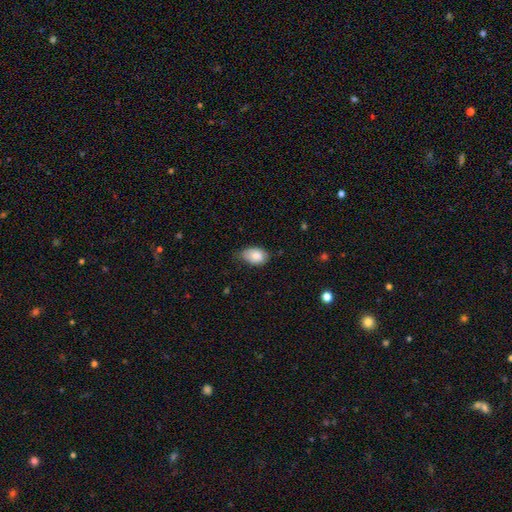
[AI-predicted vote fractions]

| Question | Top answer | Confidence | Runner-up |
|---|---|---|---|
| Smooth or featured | smooth | 83% | featured or disk (10%) |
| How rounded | in between | 88% | round (11%) |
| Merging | none | 55% | minor disturbance (37%) |